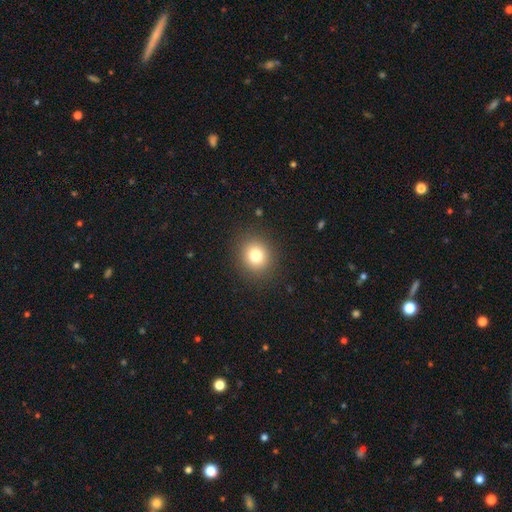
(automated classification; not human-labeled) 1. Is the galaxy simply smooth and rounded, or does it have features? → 78% smooth, 13% star or artifact, 9% featured or disk.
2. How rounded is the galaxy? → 85% round, 14% in between, 1% cigar-shaped.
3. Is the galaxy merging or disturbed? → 90% none, 7% minor disturbance, 3% major disturbance, 1% merger.